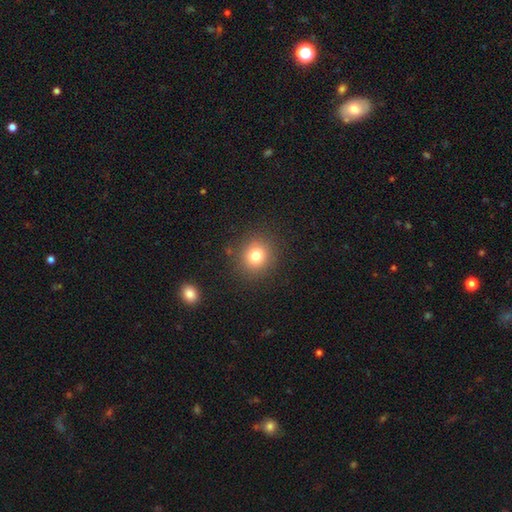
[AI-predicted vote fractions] A smooth galaxy with no disk features (79%) that is round (84%).

Vote fractions:
- Smooth or featured? smooth: 79% / star or artifact: 13% / featured or disk: 8%
- How rounded? round: 84% / in between: 15% / cigar-shaped: 1%
- Merging? none: 87% / minor disturbance: 8% / major disturbance: 3% / merger: 2%